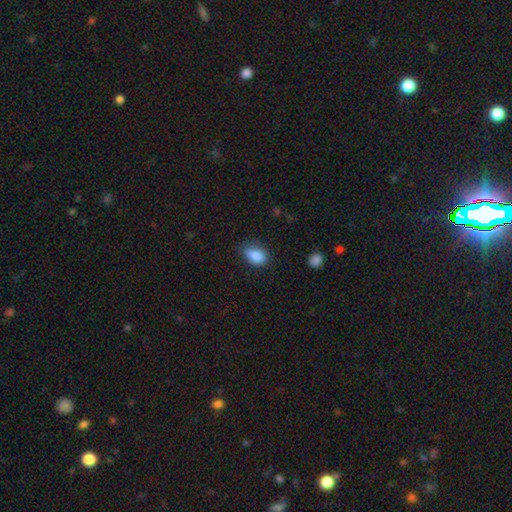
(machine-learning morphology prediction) type=smooth (87%); roundness=in between (80%); merging=none (67%).